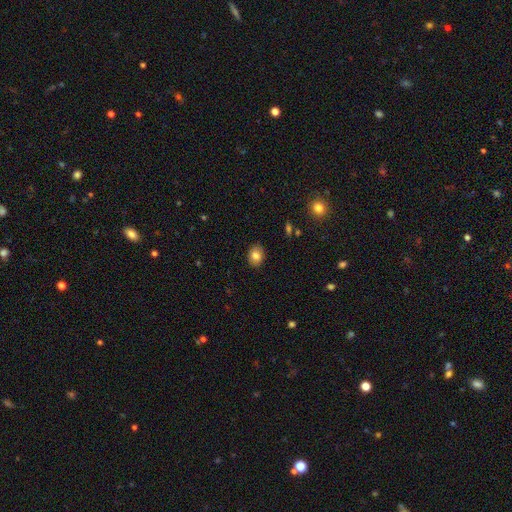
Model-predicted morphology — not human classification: Q: Smooth or featured?
A: smooth (82%); runner-up: featured or disk (9%)
Q: How rounded?
A: in between (62%); runner-up: round (37%)
Q: Merging?
A: none (88%); runner-up: minor disturbance (9%)